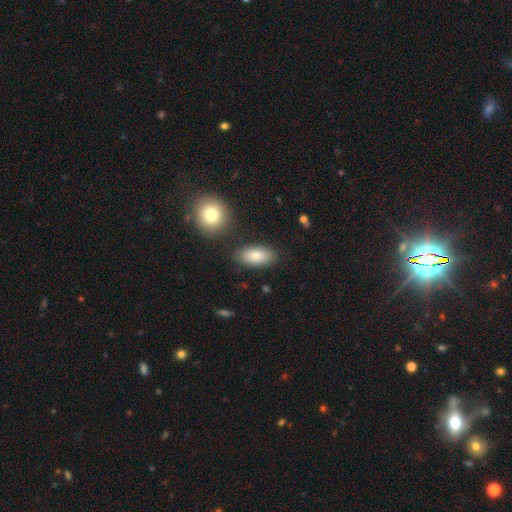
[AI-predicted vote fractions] smooth_or_featured: smooth (p=0.83) [alt: featured or disk p=0.11]
how_rounded: in between (p=0.92) [alt: cigar-shaped p=0.04]
merging: none (p=0.81) [alt: minor disturbance p=0.11]